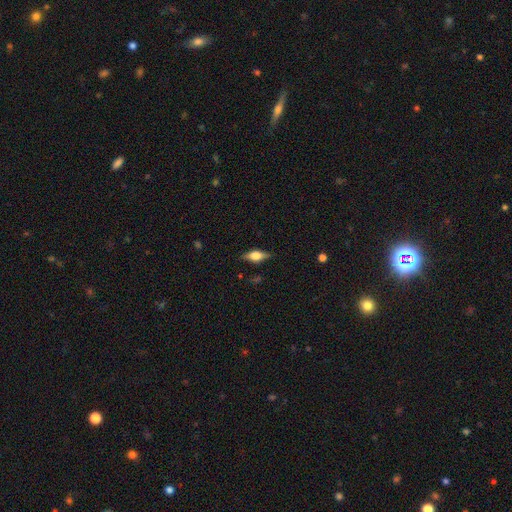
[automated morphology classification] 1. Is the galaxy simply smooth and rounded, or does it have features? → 55% featured or disk, 38% smooth, 8% star or artifact.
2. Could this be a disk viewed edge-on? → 94% yes, 6% no.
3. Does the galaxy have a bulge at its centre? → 89% rounded, 10% boxy, 2% none.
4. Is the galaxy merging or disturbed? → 83% none, 13% minor disturbance, 3% major disturbance, 1% merger.